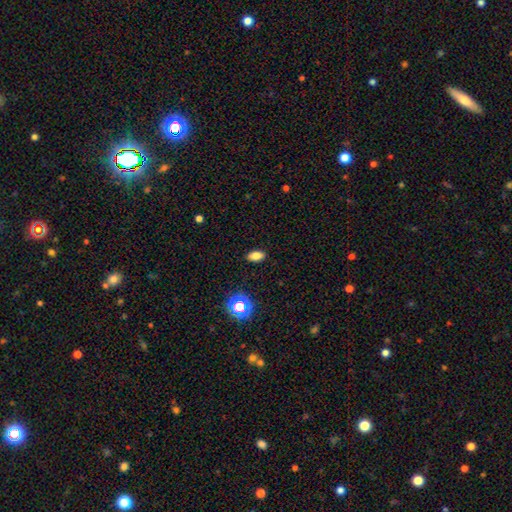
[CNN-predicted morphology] The model was most divided on "smooth or featured": smooth: 76%, star or artifact: 15%, featured or disk: 9%. More confident: merging — none (89%); how rounded — in between (88%).